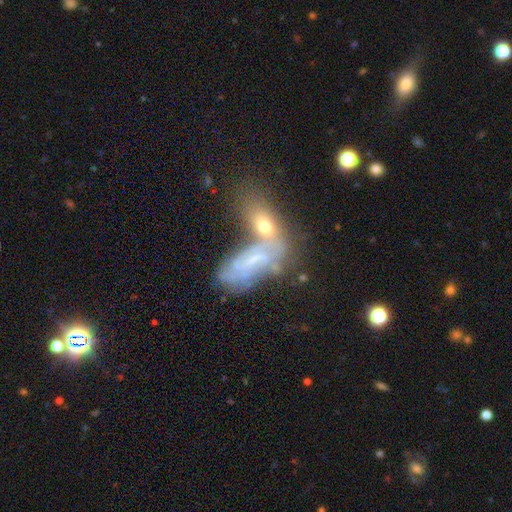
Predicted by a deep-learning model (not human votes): Q: Smooth or featured?
A: featured or disk (57%); runner-up: smooth (30%)
Q: Edge-on disk?
A: no (85%); runner-up: yes (15%)
Q: Merging?
A: merger (43%); runner-up: none (34%)